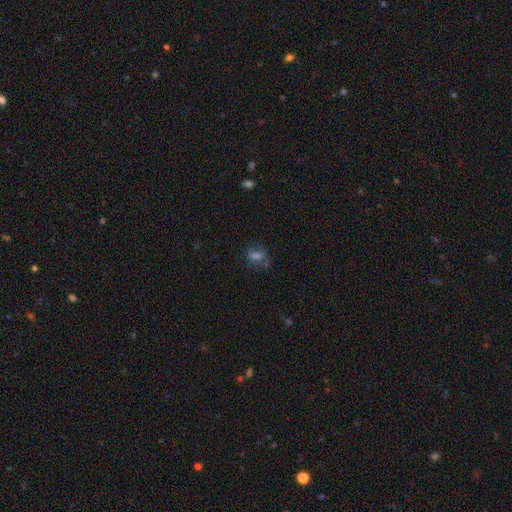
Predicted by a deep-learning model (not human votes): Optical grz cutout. It shows a smooth galaxy with no disk features (67%) that is in between round and cigar-shaped (67%). Merging: none (63%).